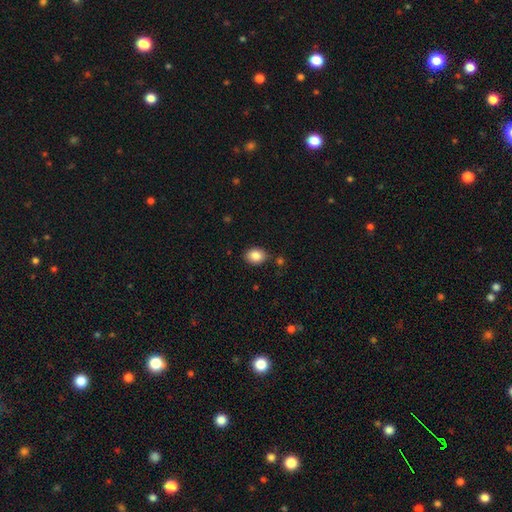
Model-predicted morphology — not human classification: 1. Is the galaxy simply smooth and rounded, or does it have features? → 86% smooth, 8% star or artifact, 6% featured or disk.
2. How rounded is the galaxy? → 62% in between, 37% round, 1% cigar-shaped.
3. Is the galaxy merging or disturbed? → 84% none, 11% minor disturbance, 3% merger, 2% major disturbance.